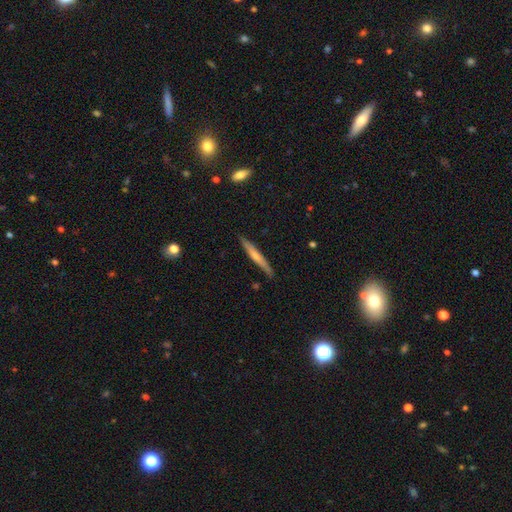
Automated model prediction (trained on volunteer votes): Q: Smooth or featured?
A: smooth (55%); runner-up: featured or disk (39%)
Q: How rounded?
A: cigar-shaped (95%); runner-up: in between (3%)
Q: Merging?
A: none (86%); runner-up: minor disturbance (11%)